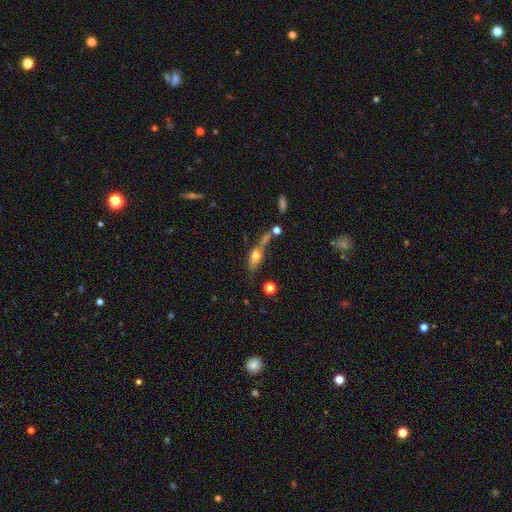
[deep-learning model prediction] Smooth or featured? Predicted: smooth (p=0.51). How rounded? Predicted: in between (p=0.55). Merging? Predicted: none (p=0.39).